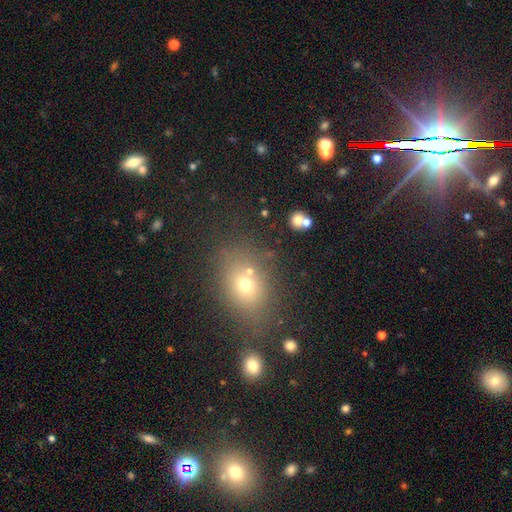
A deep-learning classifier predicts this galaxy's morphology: Overall: smooth (50%; star or artifact 36%). How rounded: in between (60%; round 38%). Merging: none (77%).